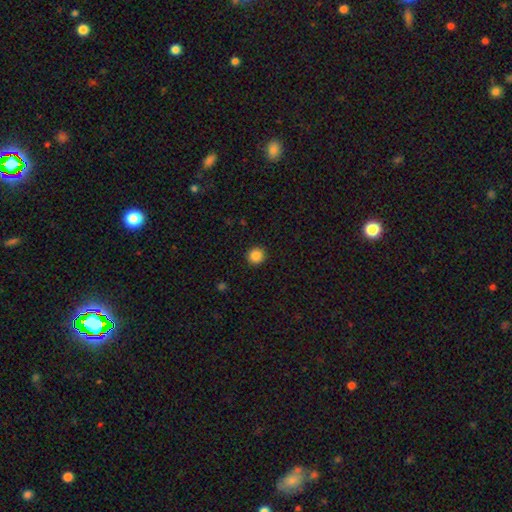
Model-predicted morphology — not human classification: Overall: smooth (87%). How rounded: round (95%). Merging: none (93%).